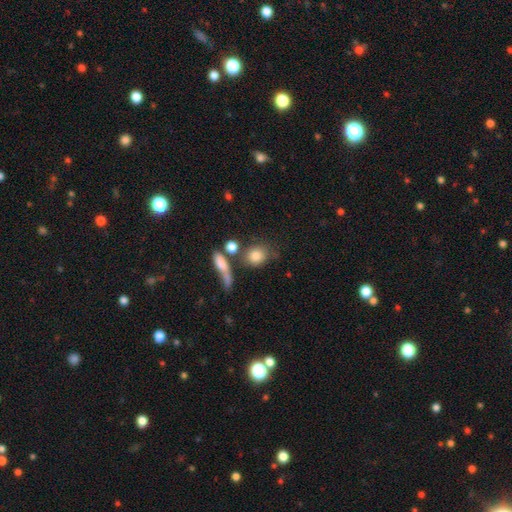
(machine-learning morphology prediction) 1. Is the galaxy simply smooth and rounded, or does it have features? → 80% smooth, 11% featured or disk, 9% star or artifact.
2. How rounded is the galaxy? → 64% round, 31% in between, 5% cigar-shaped.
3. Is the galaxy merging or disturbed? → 55% none, 23% merger, 14% minor disturbance, 8% major disturbance.